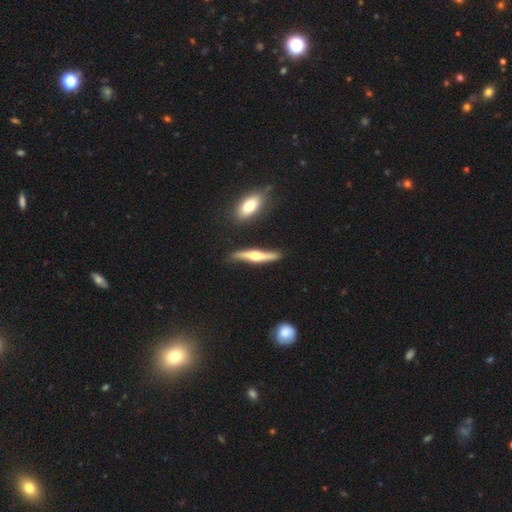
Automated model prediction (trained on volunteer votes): This appears to be a featured or disk galaxy (68%) viewed edge-on (92%) with a rounded central bulge (93%). Merging: none (79%).